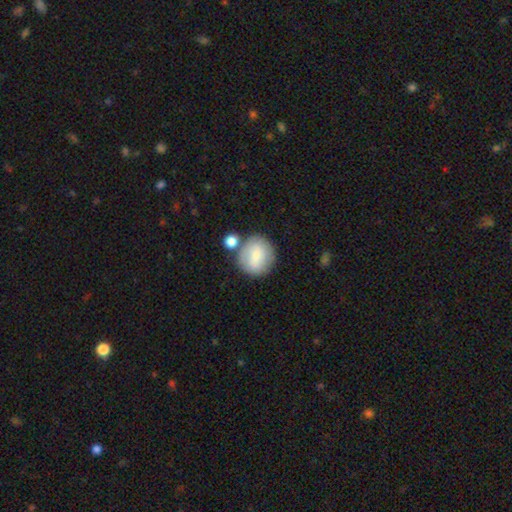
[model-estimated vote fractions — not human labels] Smooth or featured? smooth (73%)
How rounded? round (81%)
Merging? none (62%)